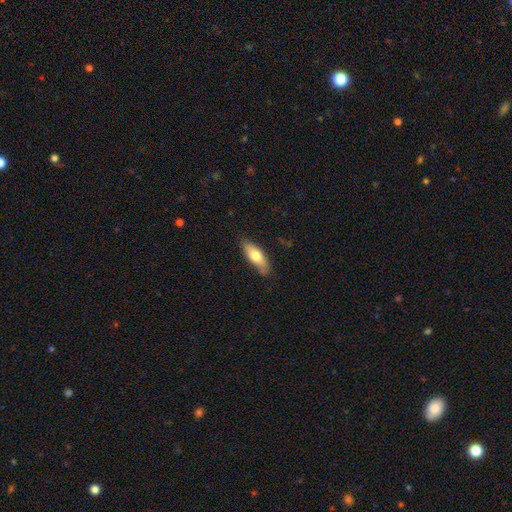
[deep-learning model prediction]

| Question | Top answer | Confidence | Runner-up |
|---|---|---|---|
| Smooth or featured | smooth | 69% | featured or disk (25%) |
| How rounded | in between | 65% | cigar-shaped (33%) |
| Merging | none | 79% | minor disturbance (17%) |